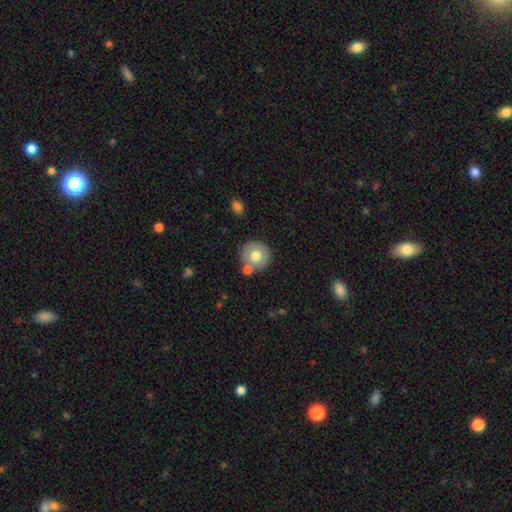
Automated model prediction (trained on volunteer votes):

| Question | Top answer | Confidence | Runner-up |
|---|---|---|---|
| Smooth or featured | smooth | 69% | featured or disk (23%) |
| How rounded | round | 92% | in between (7%) |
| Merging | none | 72% | merger (13%) |